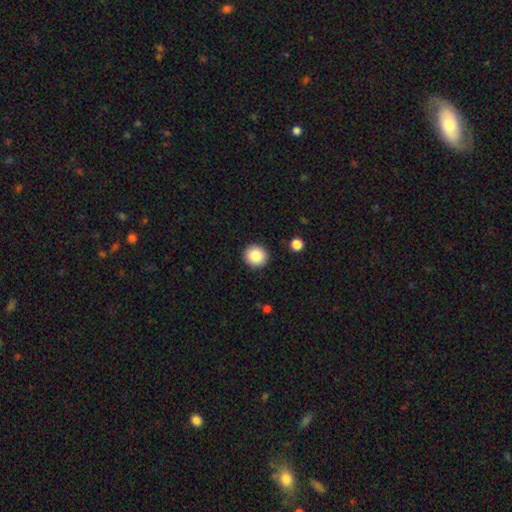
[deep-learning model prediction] Morphology: type=smooth (85%); roundness=round (92%); merging=none (91%).